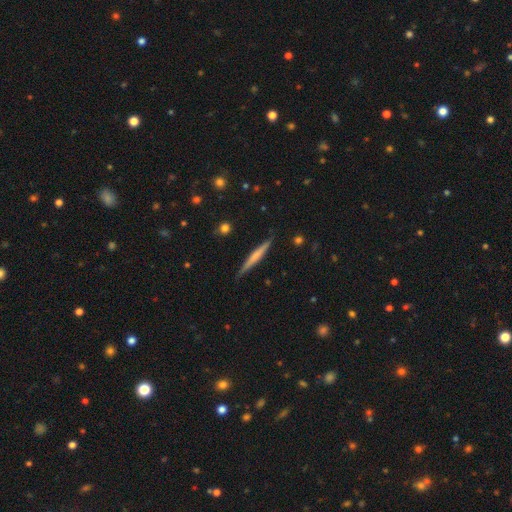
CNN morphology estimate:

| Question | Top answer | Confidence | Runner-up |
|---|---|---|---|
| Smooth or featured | featured or disk | 50% | smooth (45%) |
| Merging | none | 87% | minor disturbance (10%) |